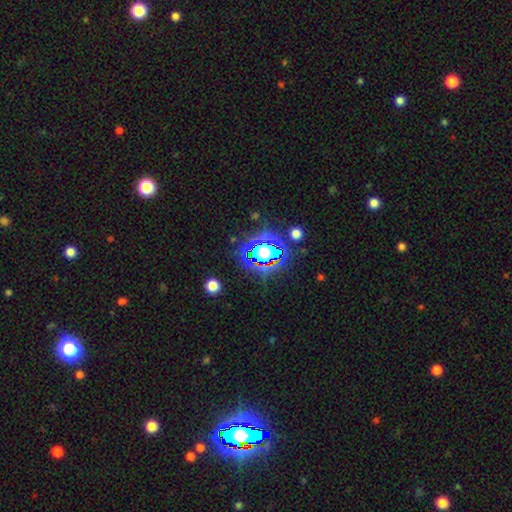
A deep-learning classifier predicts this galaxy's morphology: Q: Smooth or featured?
A: star or artifact (73%); runner-up: smooth (17%)